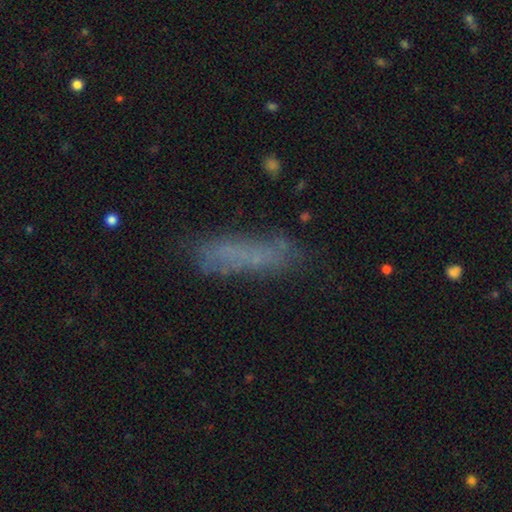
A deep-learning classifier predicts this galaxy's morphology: This appears to be a smooth galaxy with no disk features (57%) that is cigar-shaped (63%). Merging: none (59%).